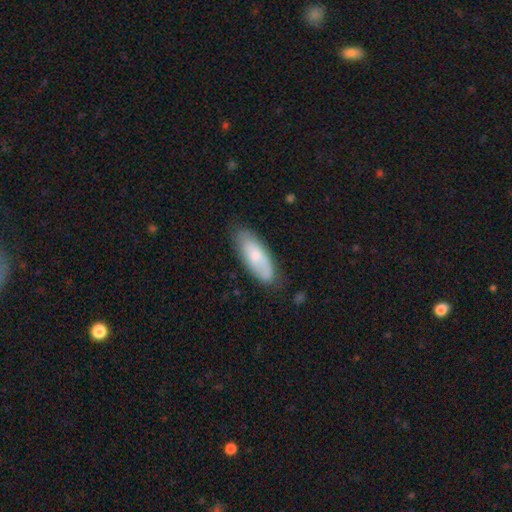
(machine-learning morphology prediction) Smooth or featured? smooth (63%)
How rounded? in between (73%)
Merging? none (74%)